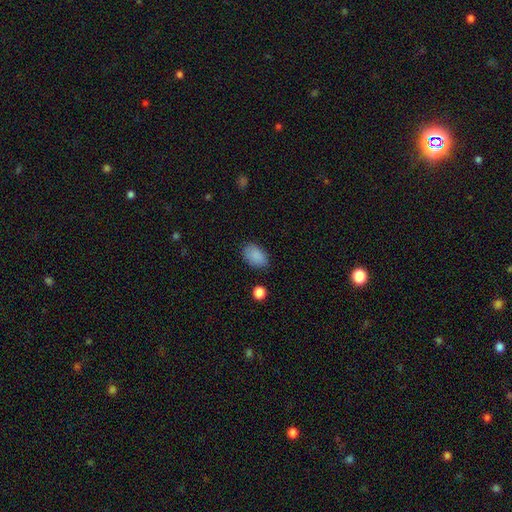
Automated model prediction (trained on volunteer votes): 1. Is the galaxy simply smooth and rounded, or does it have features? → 88% smooth, 8% star or artifact, 4% featured or disk.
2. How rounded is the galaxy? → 90% in between, 9% round, 1% cigar-shaped.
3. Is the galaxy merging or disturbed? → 82% none, 13% minor disturbance, 3% major disturbance, 2% merger.